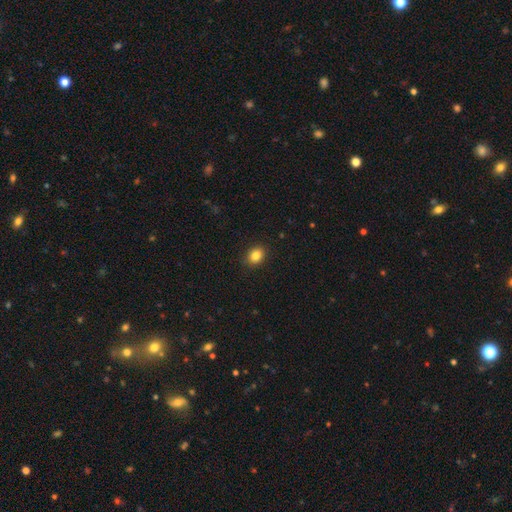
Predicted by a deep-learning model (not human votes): smooth-or-featured: smooth: 84% | star or artifact: 10% | featured or disk: 6%
  how-rounded: in between: 52% | round: 47% | cigar-shaped: 1%
  merging: none: 90% | minor disturbance: 7% | major disturbance: 2% | merger: 1%